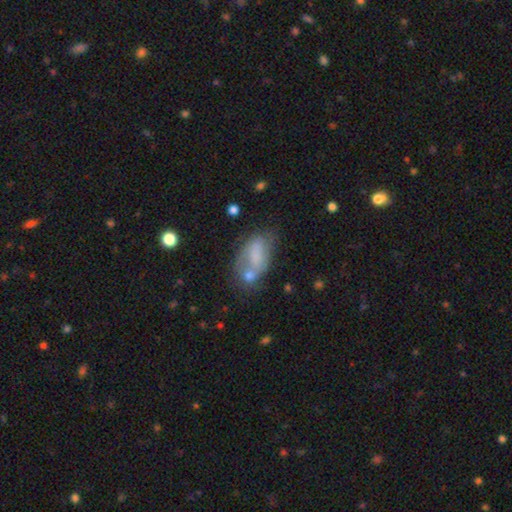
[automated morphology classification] smooth_or_featured: smooth (p=0.57) [alt: featured or disk p=0.33]
how_rounded: in between (p=0.89) [alt: round p=0.06]
merging: none (p=0.35) [alt: merger p=0.25]